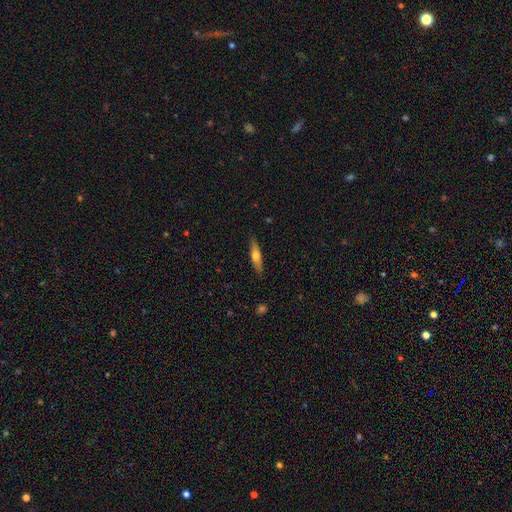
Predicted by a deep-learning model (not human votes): This appears to be a smooth galaxy with no disk features (50%) that is cigar-shaped (76%). Merging: none (88%).